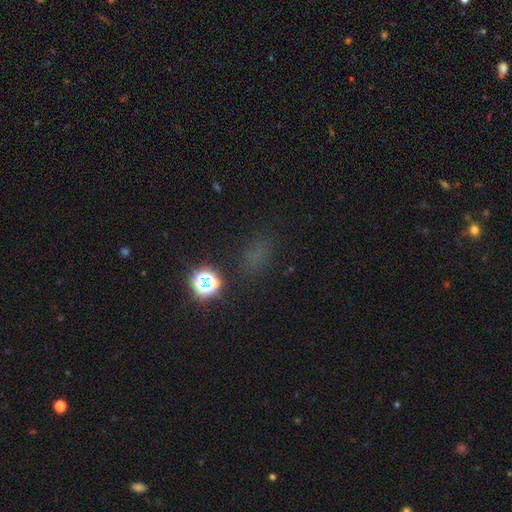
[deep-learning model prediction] Q: Smooth or featured?
A: smooth (51%); runner-up: star or artifact (42%)
Q: How rounded?
A: in between (54%); runner-up: round (42%)
Q: Merging?
A: none (78%); runner-up: minor disturbance (12%)